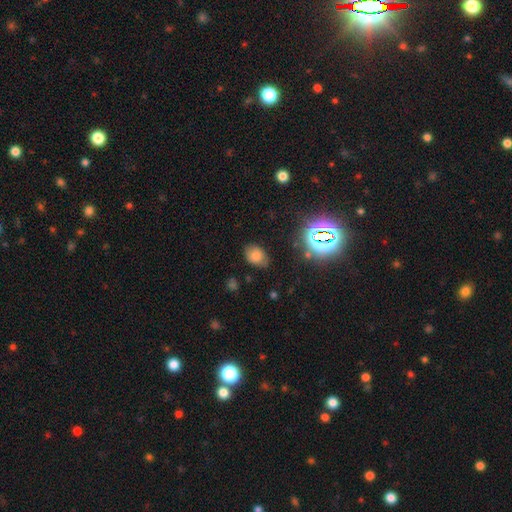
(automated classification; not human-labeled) Smooth or featured?
  - smooth: 73% *
  - star or artifact: 17%
  - featured or disk: 10%
How rounded?
  - in between: 77% *
  - round: 21%
  - cigar-shaped: 1%
Merging?
  - none: 75% *
  - minor disturbance: 18%
  - major disturbance: 5%
  - merger: 2%